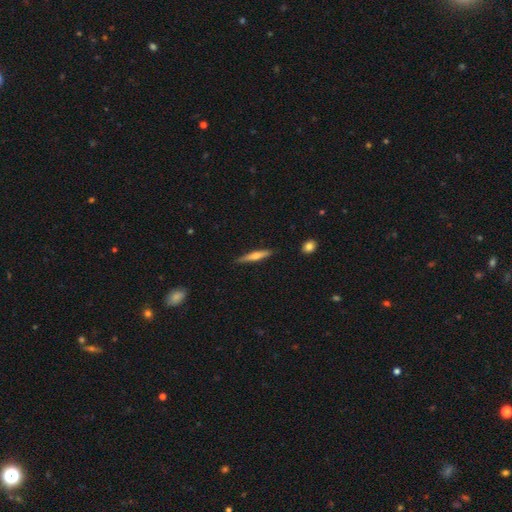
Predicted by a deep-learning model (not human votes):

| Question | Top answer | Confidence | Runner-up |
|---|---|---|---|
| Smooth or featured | featured or disk | 49% | smooth (45%) |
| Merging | none | 89% | minor disturbance (8%) |